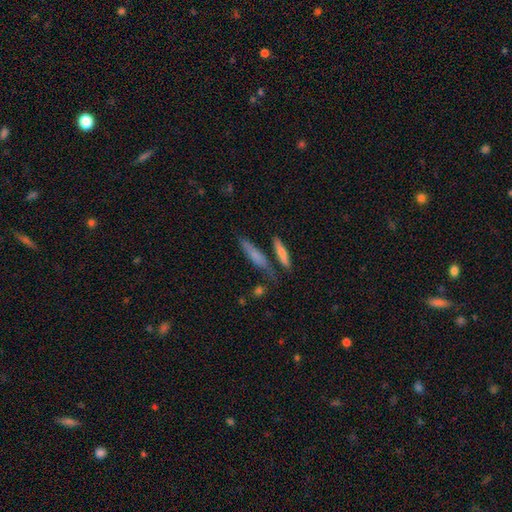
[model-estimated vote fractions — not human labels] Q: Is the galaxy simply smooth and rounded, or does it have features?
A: smooth — 61%.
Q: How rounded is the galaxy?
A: cigar-shaped — 85%.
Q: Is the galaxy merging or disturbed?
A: none — 68%.